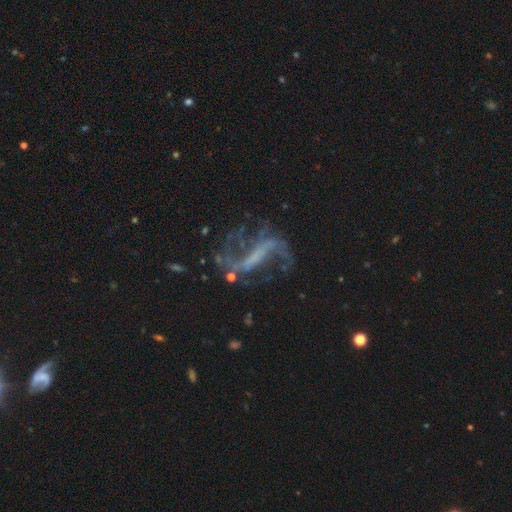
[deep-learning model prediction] This appears to be a featured or disk galaxy (81%) with a strong bar (54%), 2 (72%) loose (75%) spiral arms (86%) and no central bulge (64%). Merging: none (52%).